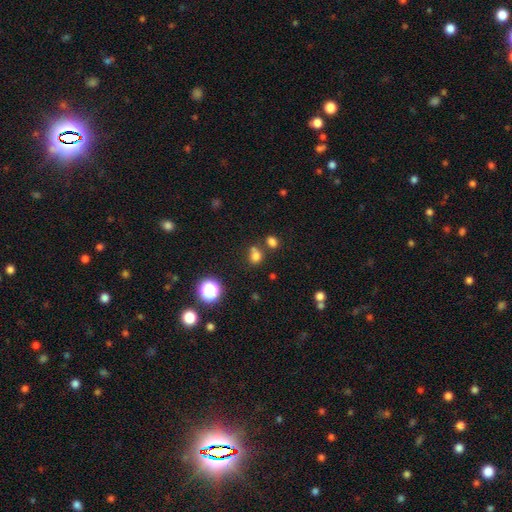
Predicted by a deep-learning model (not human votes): The model was most divided on "merging": none: 57%, merger: 25%, minor disturbance: 13%, major disturbance: 5%. More confident: smooth or featured — smooth (74%); how rounded — round (67%).